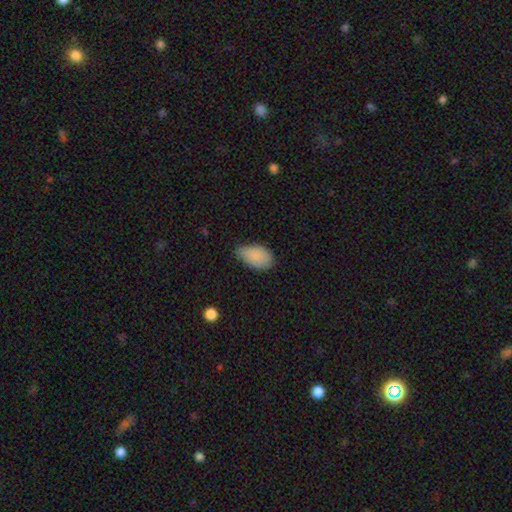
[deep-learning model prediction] Smooth or featured? smooth (87%)
How rounded? in between (93%)
Merging? none (53%)